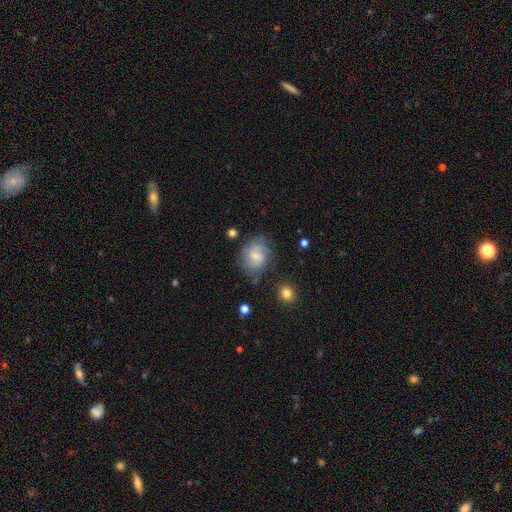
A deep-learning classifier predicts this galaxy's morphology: The model was most divided on "how rounded": round: 53%, in between: 45%, cigar-shaped: 1%. More confident: merging — none (64%); smooth or featured — smooth (54%).